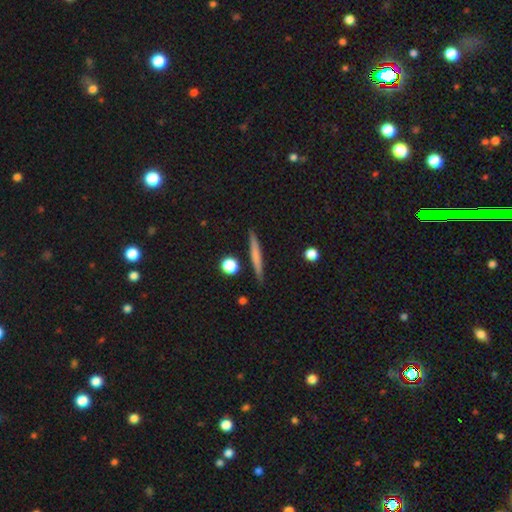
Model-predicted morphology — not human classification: Smooth or featured? Predicted: smooth (p=0.62). How rounded? Predicted: cigar-shaped (p=0.94). Merging? Predicted: none (p=0.89).